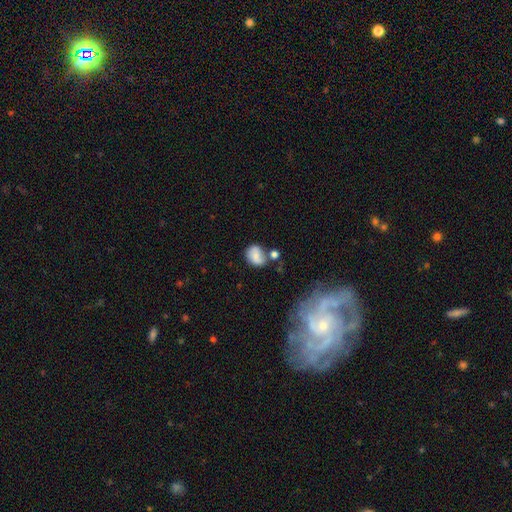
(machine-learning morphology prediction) type=smooth (68%); roundness=in between (53%); merging=none (48%).